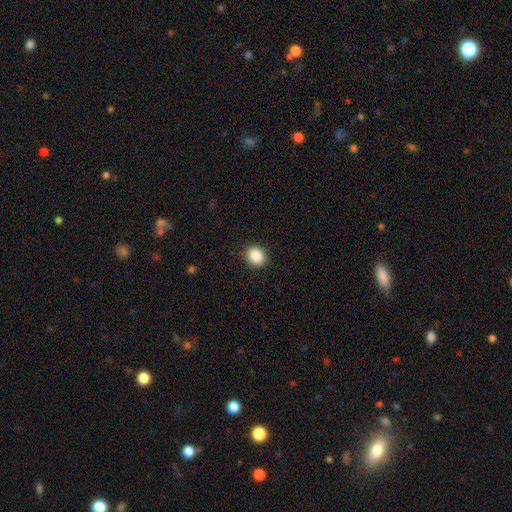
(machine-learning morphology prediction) Overall: smooth (88%). How rounded: round (70%). Merging: none (90%).